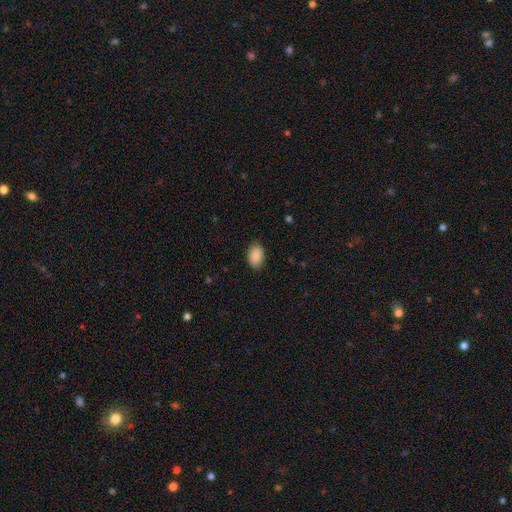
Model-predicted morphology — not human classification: Smooth or featured?
  - smooth: 90% *
  - star or artifact: 7%
  - featured or disk: 3%
How rounded?
  - in between: 90% *
  - round: 9%
  - cigar-shaped: 1%
Merging?
  - none: 87% *
  - minor disturbance: 10%
  - major disturbance: 2%
  - merger: 1%